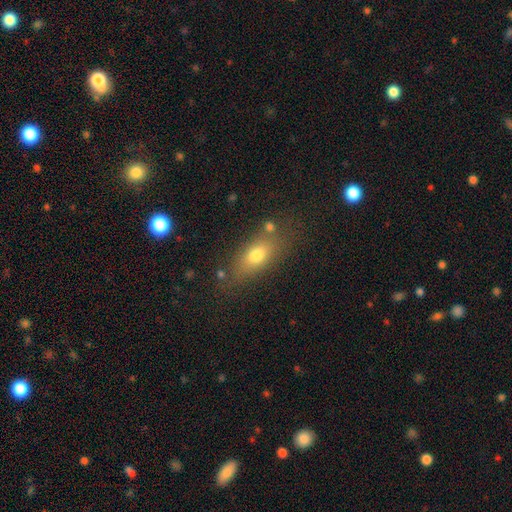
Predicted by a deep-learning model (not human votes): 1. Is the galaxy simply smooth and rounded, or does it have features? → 72% smooth, 17% featured or disk, 11% star or artifact.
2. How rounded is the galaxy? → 74% in between, 17% cigar-shaped, 9% round.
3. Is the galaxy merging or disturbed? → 72% none, 15% minor disturbance, 6% merger, 6% major disturbance.